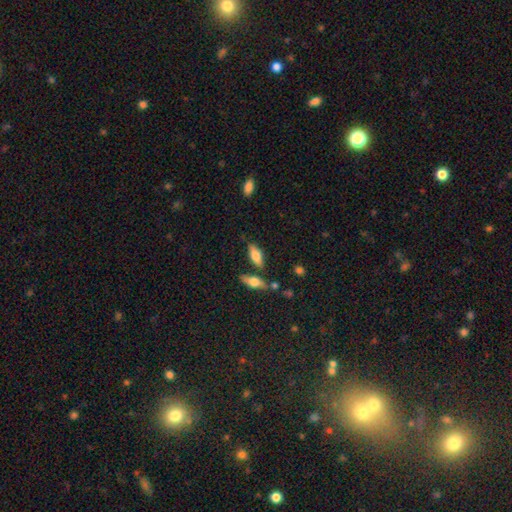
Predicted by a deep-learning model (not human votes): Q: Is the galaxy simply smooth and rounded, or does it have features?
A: smooth — 68%.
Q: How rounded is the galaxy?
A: in between — 72%.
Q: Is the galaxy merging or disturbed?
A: none — 69%.